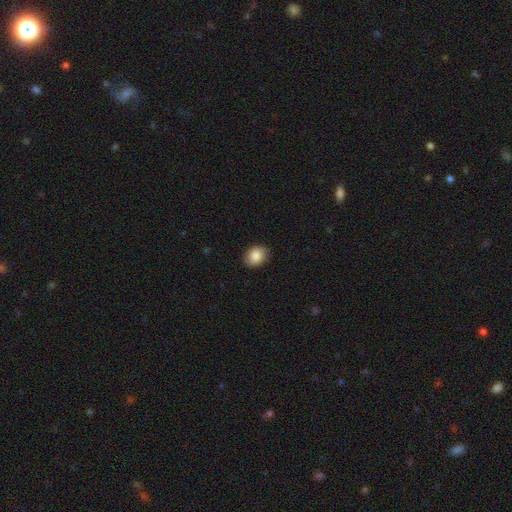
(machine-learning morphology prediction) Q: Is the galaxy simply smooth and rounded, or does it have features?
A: smooth — 86%.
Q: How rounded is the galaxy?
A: in between — 56%.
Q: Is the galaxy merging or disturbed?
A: none — 89%.